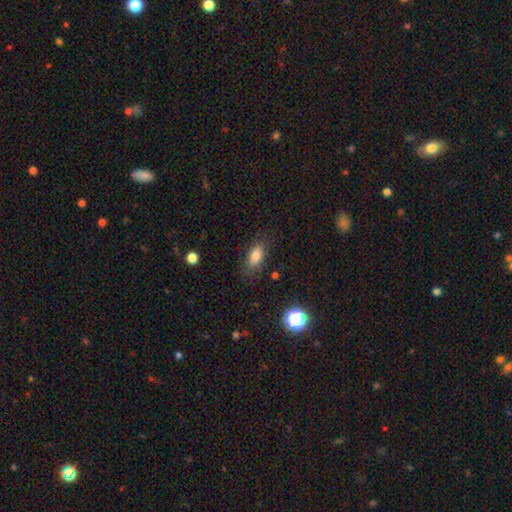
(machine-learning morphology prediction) smooth 82%, star or artifact 10%, featured or disk 8%. Down the decision tree: how rounded — in between (86%); merging — none (76%).